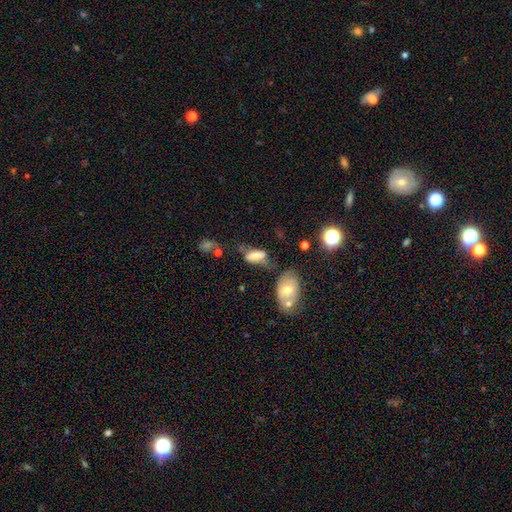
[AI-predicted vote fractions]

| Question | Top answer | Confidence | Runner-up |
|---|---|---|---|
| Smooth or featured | smooth | 57% | featured or disk (32%) |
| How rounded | in between | 81% | cigar-shaped (15%) |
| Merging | none | 36% | minor disturbance (28%) |